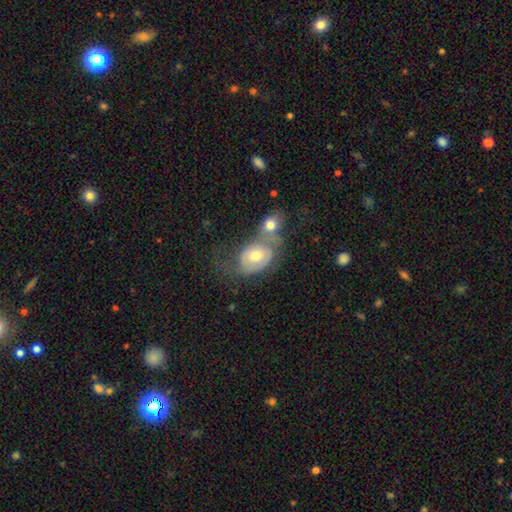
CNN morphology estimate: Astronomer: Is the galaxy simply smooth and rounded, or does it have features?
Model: featured or disk — 48% (runner-up: smooth, 44%).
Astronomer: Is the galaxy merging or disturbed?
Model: merger — 48%.